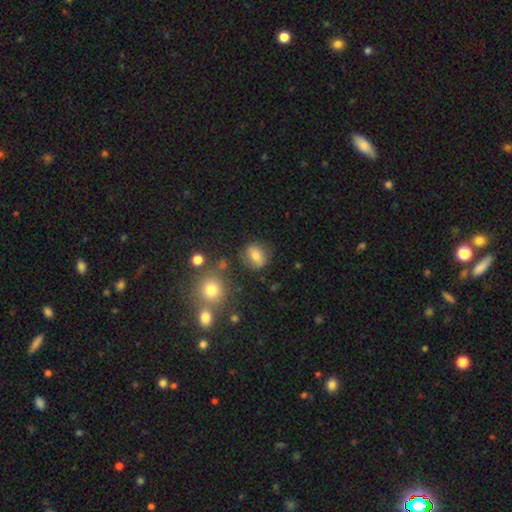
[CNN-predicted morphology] Q: Smooth or featured?
A: smooth (73%); runner-up: featured or disk (17%)
Q: How rounded?
A: round (57%); runner-up: in between (42%)
Q: Merging?
A: none (77%); runner-up: minor disturbance (14%)